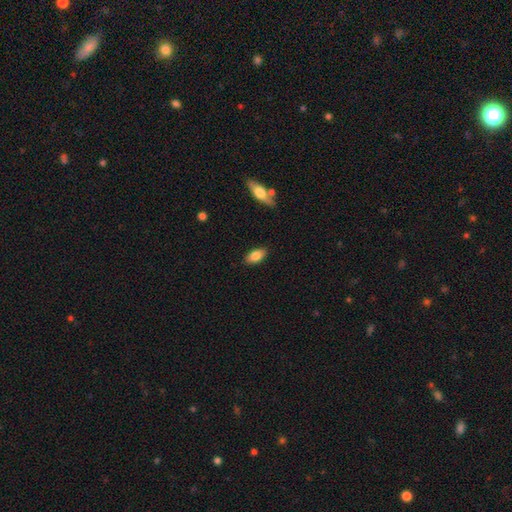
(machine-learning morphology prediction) Smooth or featured? smooth (83%)
How rounded? in between (90%)
Merging? none (87%)